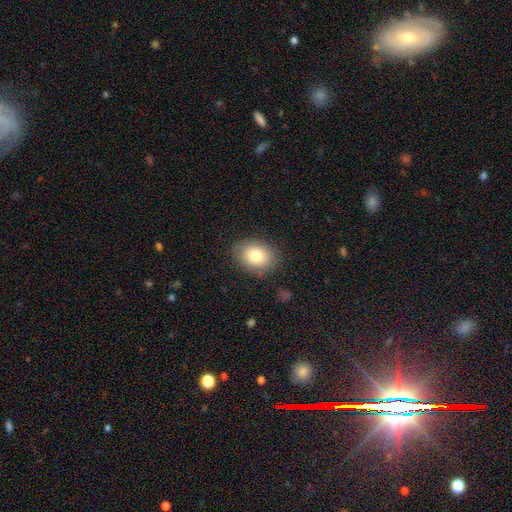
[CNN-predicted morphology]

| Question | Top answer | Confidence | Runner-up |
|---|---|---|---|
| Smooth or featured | smooth | 82% | featured or disk (10%) |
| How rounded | in between | 66% | round (33%) |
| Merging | none | 84% | minor disturbance (11%) |